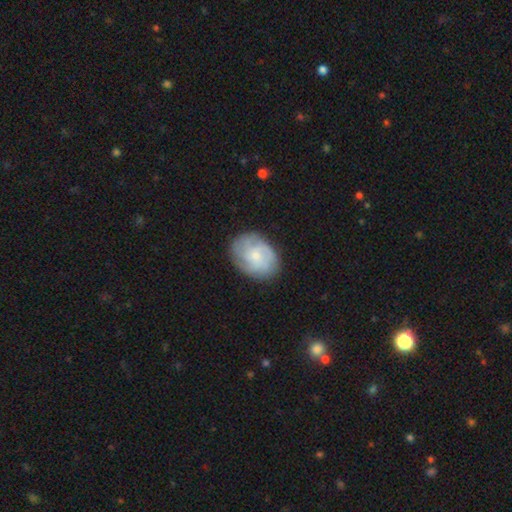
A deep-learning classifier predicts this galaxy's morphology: Q: Smooth or featured?
A: featured or disk (63%); runner-up: smooth (31%)
Q: Edge-on disk?
A: no (97%); runner-up: yes (3%)
Q: Bar?
A: no (76%); runner-up: weak (22%)
Q: Spiral arms?
A: yes (88%); runner-up: no (12%)
Q: Spiral winding?
A: tight (51%); runner-up: medium (36%)
Q: Spiral arm count?
A: can't tell (37%); runner-up: 3 (22%)
Q: Bulge size?
A: small (70%); runner-up: moderate (26%)
Q: Merging?
A: none (77%); runner-up: minor disturbance (16%)